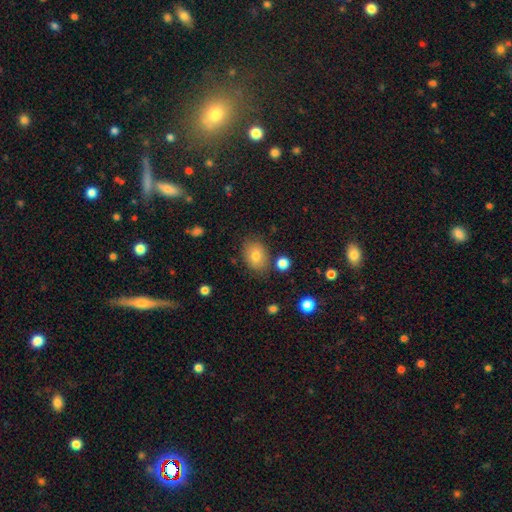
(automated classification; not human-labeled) Smooth or featured? Predicted: smooth (p=0.79). How rounded? Predicted: in between (p=0.67). Merging? Predicted: none (p=0.78).